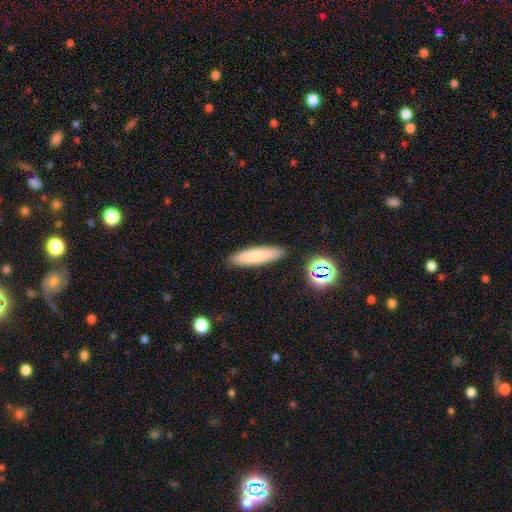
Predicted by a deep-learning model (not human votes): A smooth galaxy with no disk features (79%) that is cigar-shaped (75%).

Vote fractions:
- Smooth or featured? smooth: 79% / featured or disk: 13% / star or artifact: 8%
- How rounded? cigar-shaped: 75% / in between: 23% / round: 2%
- Merging? none: 89% / minor disturbance: 7% / merger: 2% / major disturbance: 2%